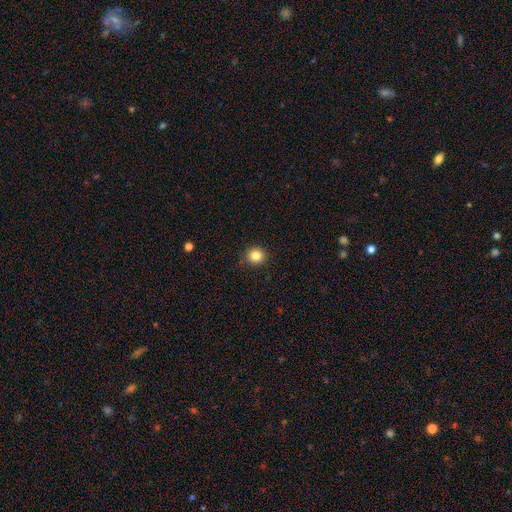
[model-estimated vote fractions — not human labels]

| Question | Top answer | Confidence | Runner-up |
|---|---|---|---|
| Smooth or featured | smooth | 84% | star or artifact (11%) |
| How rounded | round | 89% | in between (10%) |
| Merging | none | 90% | minor disturbance (7%) |